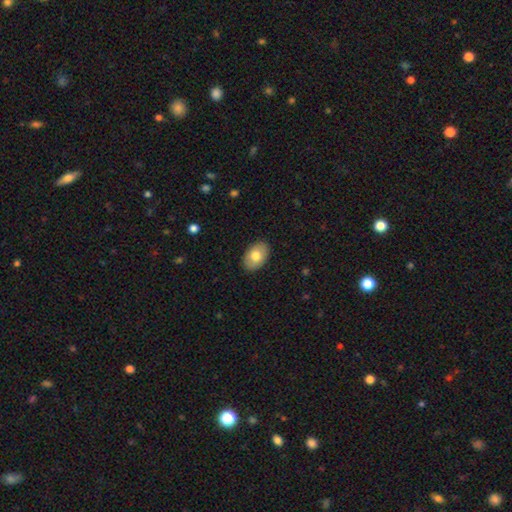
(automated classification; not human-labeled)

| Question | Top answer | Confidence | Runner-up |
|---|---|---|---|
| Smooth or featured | smooth | 74% | featured or disk (20%) |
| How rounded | in between | 87% | round (12%) |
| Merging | none | 88% | minor disturbance (9%) |